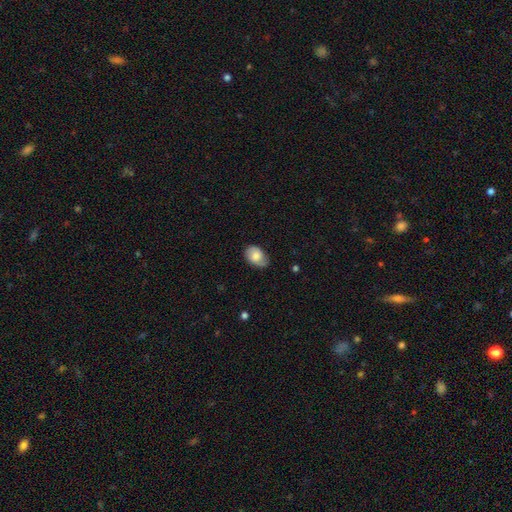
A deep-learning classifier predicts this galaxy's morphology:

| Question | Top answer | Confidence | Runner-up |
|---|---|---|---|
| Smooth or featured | smooth | 64% | featured or disk (28%) |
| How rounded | in between | 79% | round (20%) |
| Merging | none | 66% | minor disturbance (27%) |